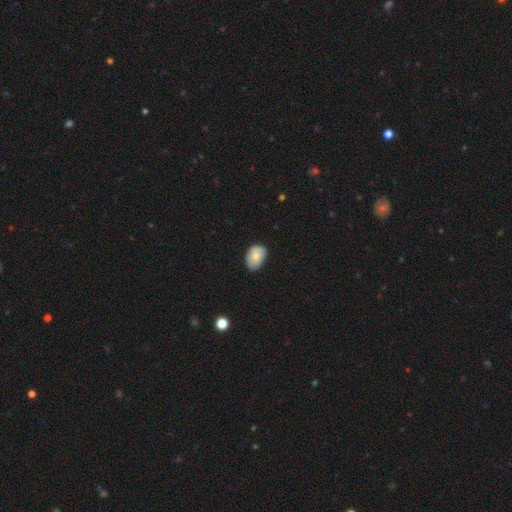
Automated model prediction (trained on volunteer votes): Q: Smooth or featured?
A: smooth (77%); runner-up: featured or disk (16%)
Q: How rounded?
A: in between (84%); runner-up: round (15%)
Q: Merging?
A: none (73%); runner-up: minor disturbance (22%)